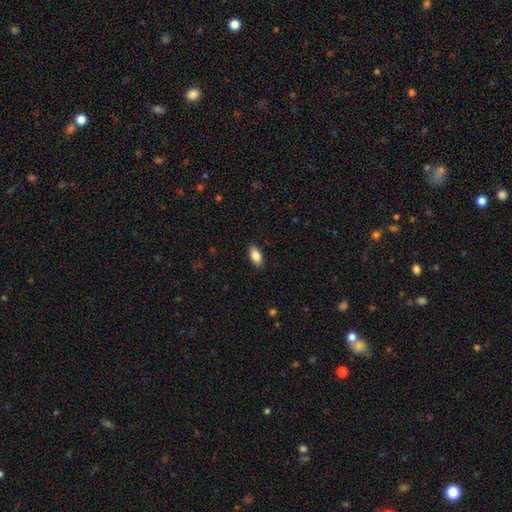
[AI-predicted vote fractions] Q: Smooth or featured?
A: smooth (84%); runner-up: featured or disk (9%)
Q: How rounded?
A: in between (91%); runner-up: cigar-shaped (5%)
Q: Merging?
A: none (88%); runner-up: minor disturbance (9%)